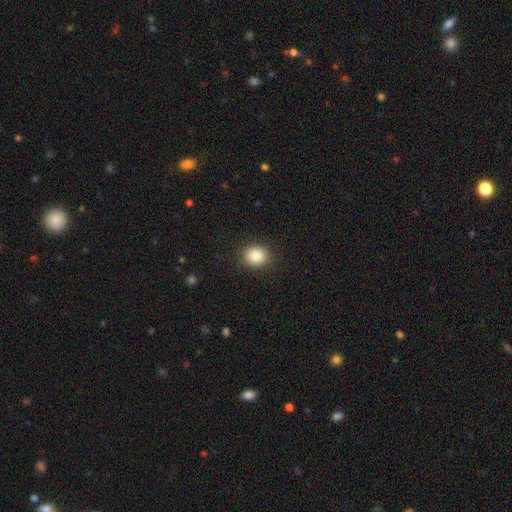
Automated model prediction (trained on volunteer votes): Smooth or featured? Predicted: smooth (p=0.85). How rounded? Predicted: round (p=0.80). Merging? Predicted: none (p=0.90).